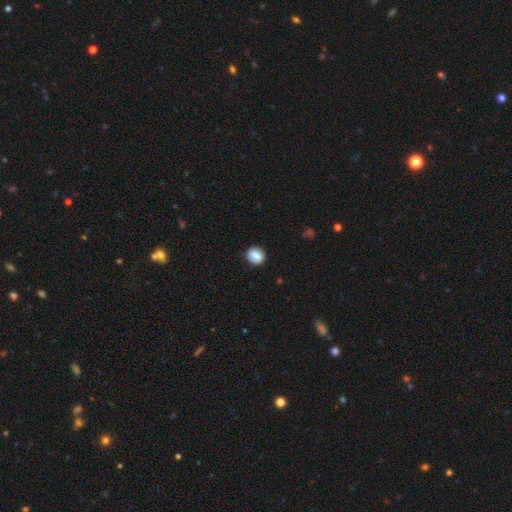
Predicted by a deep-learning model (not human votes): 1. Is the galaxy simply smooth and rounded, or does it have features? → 81% smooth, 11% featured or disk, 8% star or artifact.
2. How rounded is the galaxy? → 74% round, 25% in between, 1% cigar-shaped.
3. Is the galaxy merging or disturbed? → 85% none, 11% minor disturbance, 3% major disturbance, 1% merger.